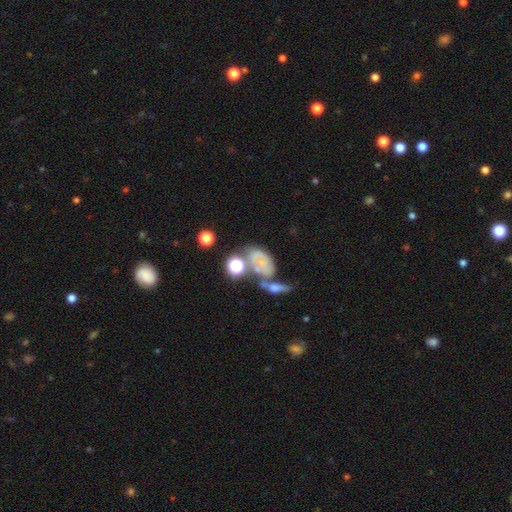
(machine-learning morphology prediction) Smooth or featured: smooth — 44% (featured or disk — 40%)
Merging: merger — 34% (none — 28%)